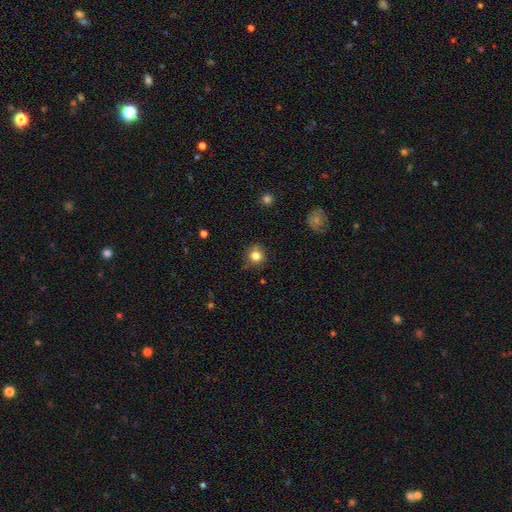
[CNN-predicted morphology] Smooth or featured?
  - smooth: 81% *
  - star or artifact: 12%
  - featured or disk: 7%
How rounded?
  - round: 93% *
  - in between: 6%
  - cigar-shaped: 1%
Merging?
  - none: 85% *
  - minor disturbance: 10%
  - major disturbance: 2%
  - merger: 2%